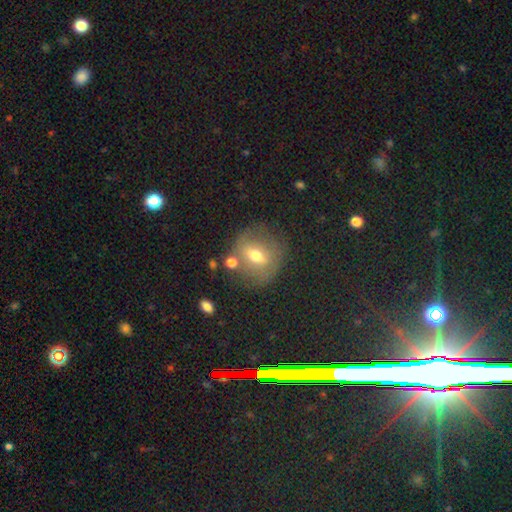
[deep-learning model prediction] Smooth or featured? smooth (49%)
Merging? none (67%)